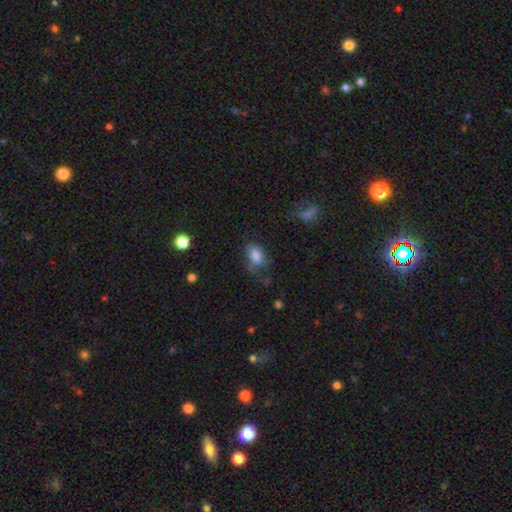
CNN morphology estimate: Smooth or featured: smooth — 72% (featured or disk — 19%)
How rounded: in between — 85% (round — 13%)
Merging: none — 40% (major disturbance — 29%)